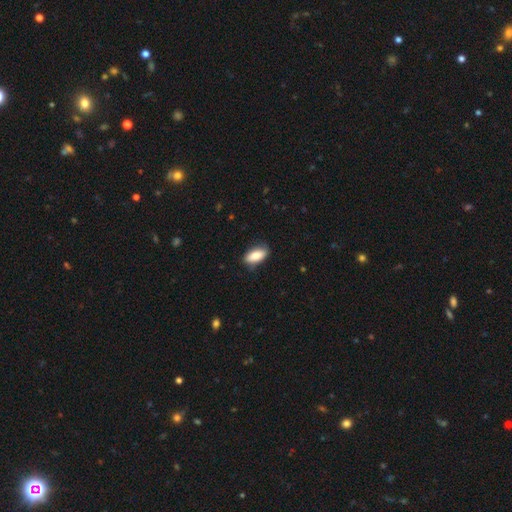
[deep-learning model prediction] smooth_or_featured: smooth (p=0.82) [alt: featured or disk p=0.11]
how_rounded: in between (p=0.86) [alt: cigar-shaped p=0.11]
merging: none (p=0.80) [alt: minor disturbance p=0.16]